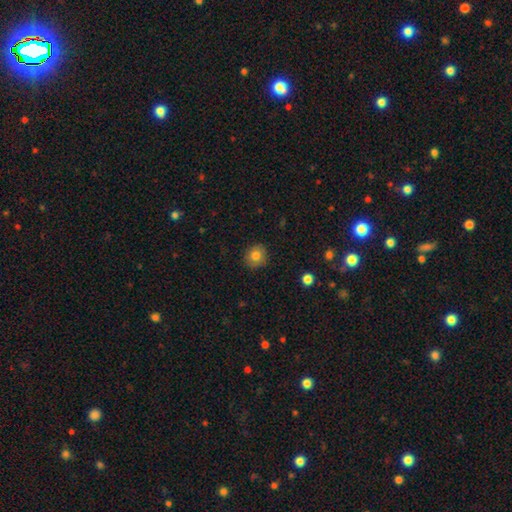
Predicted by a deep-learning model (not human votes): Morphology: type=smooth (81%); roundness=round (85%); merging=none (89%).